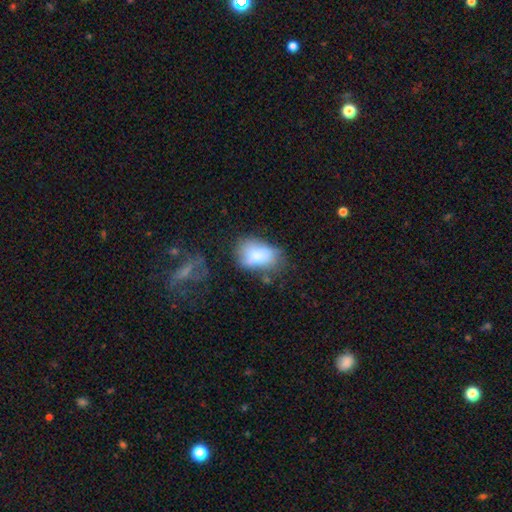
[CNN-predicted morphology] A smooth galaxy with no disk features (76%) that is in between round and cigar-shaped (85%).

Vote fractions:
- Smooth or featured? smooth: 76% / featured or disk: 16% / star or artifact: 8%
- How rounded? in between: 85% / round: 14% / cigar-shaped: 2%
- Merging? none: 44% / minor disturbance: 31% / major disturbance: 18% / merger: 7%